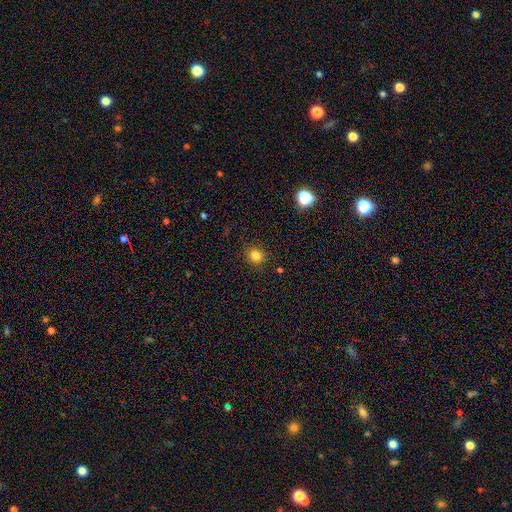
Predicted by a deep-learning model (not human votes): Smooth or featured? smooth (82%)
How rounded? round (77%)
Merging? none (88%)